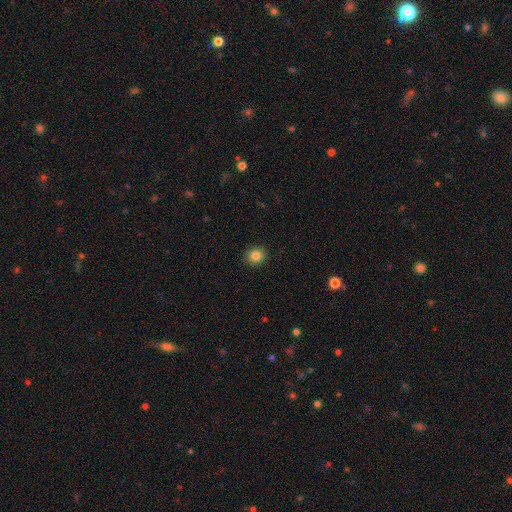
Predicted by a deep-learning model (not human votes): Q: Smooth or featured?
A: smooth (84%); runner-up: star or artifact (10%)
Q: How rounded?
A: round (84%); runner-up: in between (15%)
Q: Merging?
A: none (92%); runner-up: minor disturbance (6%)